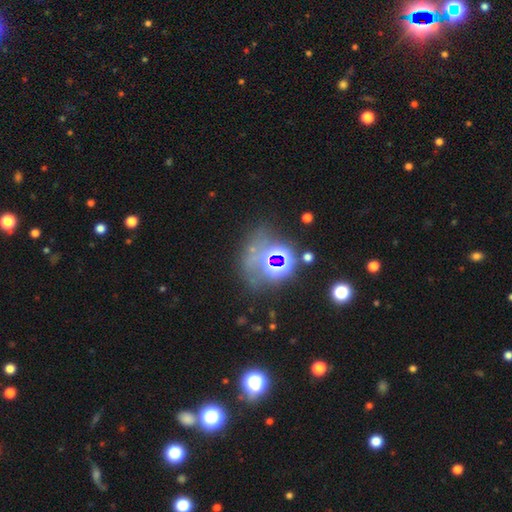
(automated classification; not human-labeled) A star or artifact, not a galaxy (71%).